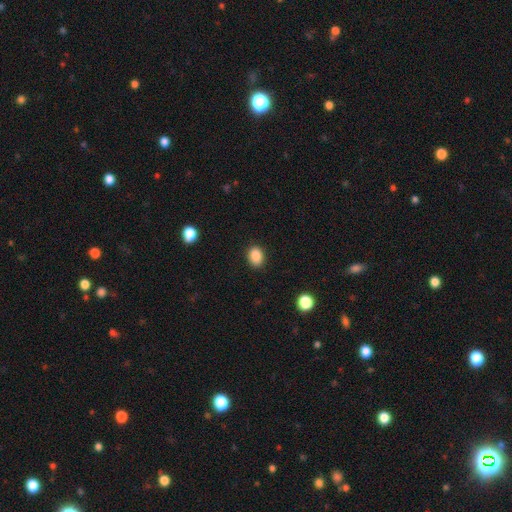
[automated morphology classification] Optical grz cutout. It shows a smooth galaxy with no disk features (88%) that is in between round and cigar-shaped (65%). Merging: none (88%).